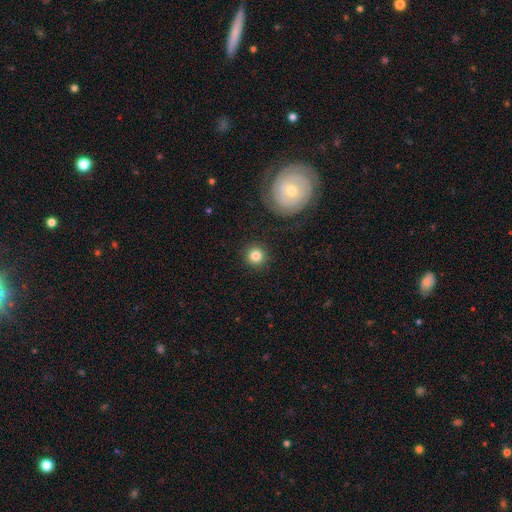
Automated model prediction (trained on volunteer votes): Overall: smooth (81%). How rounded: round (94%). Merging: none (90%).